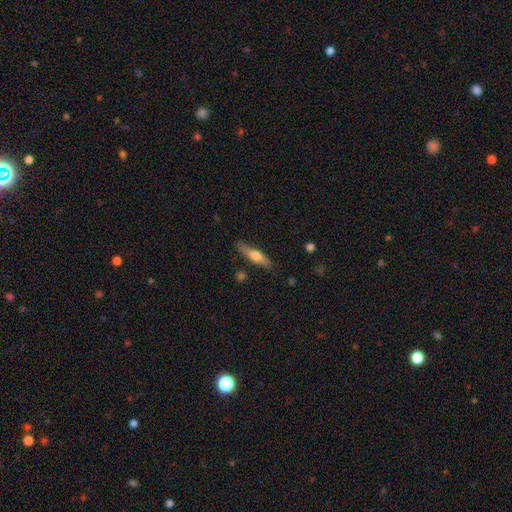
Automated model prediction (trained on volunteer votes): A smooth galaxy with no disk features (52%) that is cigar-shaped (80%).

Vote fractions:
- Smooth or featured? smooth: 52% / featured or disk: 42% / star or artifact: 6%
- How rounded? cigar-shaped: 80% / in between: 18% / round: 2%
- Merging? none: 84% / minor disturbance: 12% / major disturbance: 2% / merger: 2%